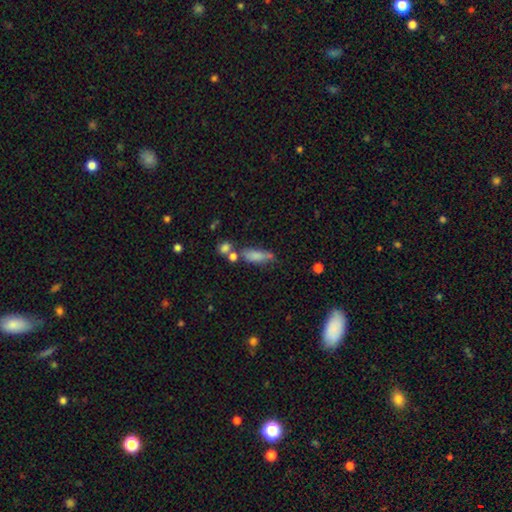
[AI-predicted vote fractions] Smooth or featured? smooth (78%)
How rounded? in between (66%)
Merging? none (46%)